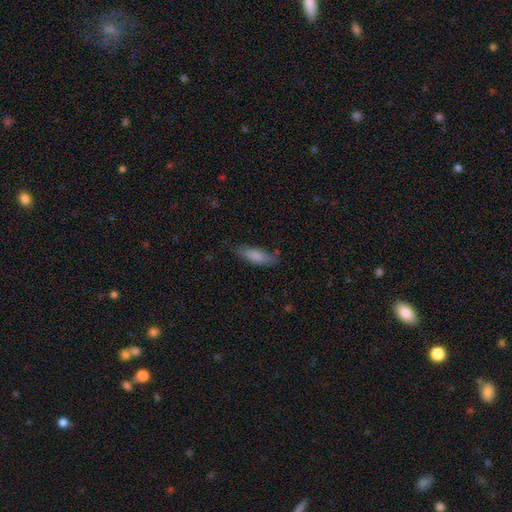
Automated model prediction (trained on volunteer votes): smooth-or-featured: smooth: 80% | featured or disk: 14% | star or artifact: 6%
  how-rounded: in between: 58% | cigar-shaped: 40% | round: 2%
  merging: none: 69% | minor disturbance: 23% | major disturbance: 5% | merger: 2%